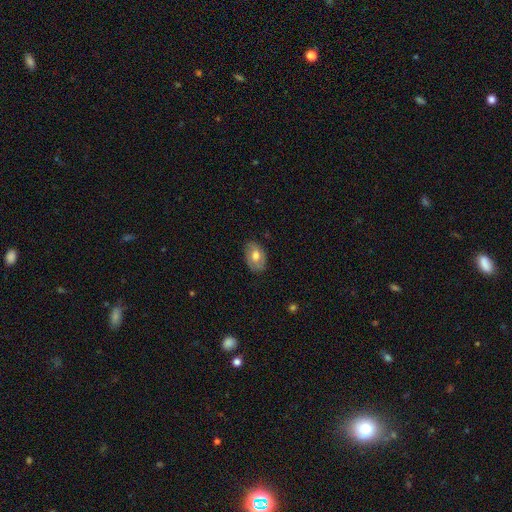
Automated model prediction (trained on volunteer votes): smooth-or-featured: smooth: 60% | featured or disk: 33% | star or artifact: 7%
  how-rounded: in between: 85% | round: 14% | cigar-shaped: 1%
  merging: none: 77% | minor disturbance: 18% | major disturbance: 4% | merger: 1%